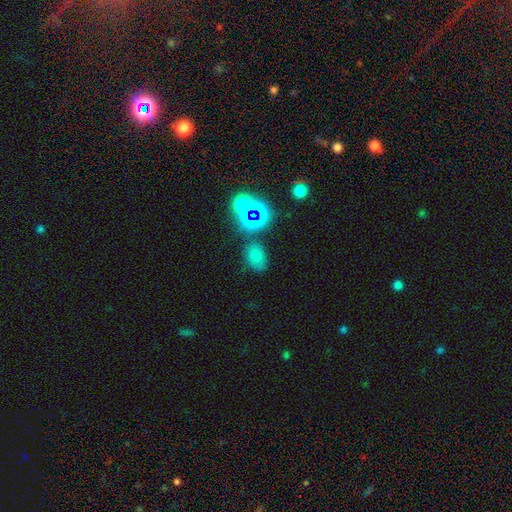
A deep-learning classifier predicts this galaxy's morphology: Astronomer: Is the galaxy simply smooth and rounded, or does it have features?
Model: smooth — 66%.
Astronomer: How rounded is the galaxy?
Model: in between — 72%.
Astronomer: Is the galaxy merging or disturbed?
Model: none — 66%.